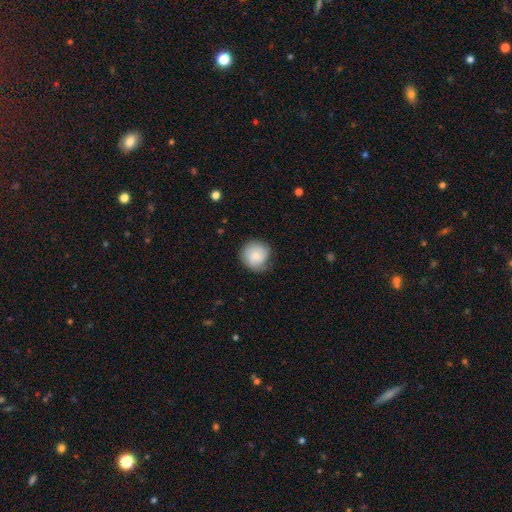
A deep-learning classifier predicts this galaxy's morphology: Smooth or featured?
  - smooth: 74% *
  - featured or disk: 19%
  - star or artifact: 7%
How rounded?
  - round: 91% *
  - in between: 8%
  - cigar-shaped: 1%
Merging?
  - none: 71% *
  - minor disturbance: 23%
  - major disturbance: 6%
  - merger: 1%